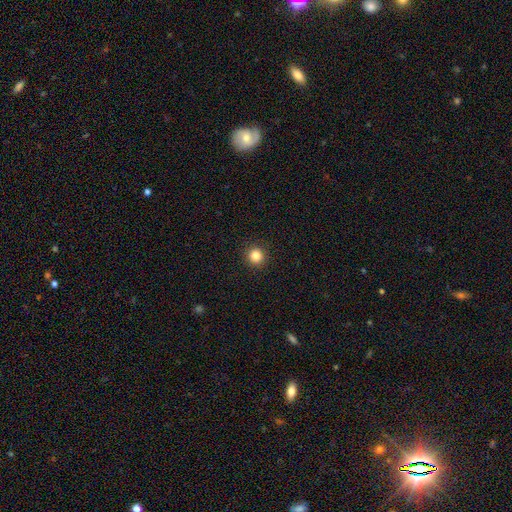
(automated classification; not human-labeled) This appears to be a smooth galaxy with no disk features (84%) that is round (94%). Merging: none (93%).